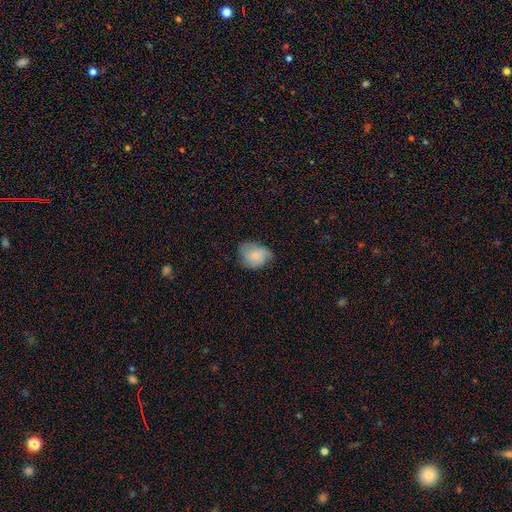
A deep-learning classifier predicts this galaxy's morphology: The model was most divided on "how rounded": in between: 56%, round: 43%, cigar-shaped: 1%. More confident: smooth or featured — smooth (65%); merging — none (54%).